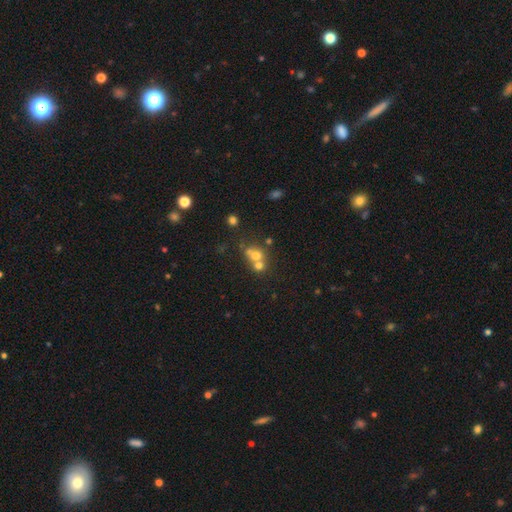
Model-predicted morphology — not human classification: Smooth or featured? smooth (64%)
How rounded? round (71%)
Merging? merger (59%)